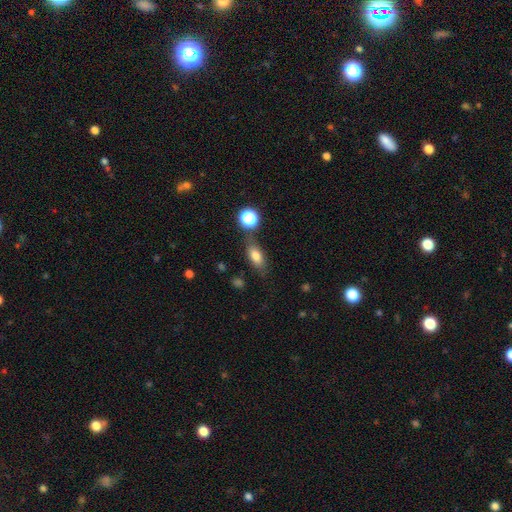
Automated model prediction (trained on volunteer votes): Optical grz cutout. It shows a smooth galaxy with no disk features (75%) that is in between round and cigar-shaped (77%). Merging: none (71%).